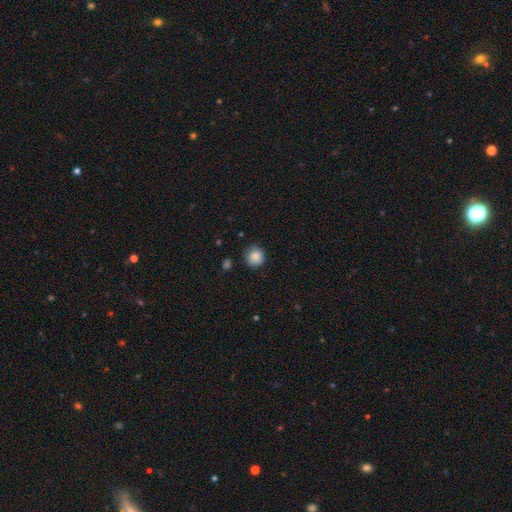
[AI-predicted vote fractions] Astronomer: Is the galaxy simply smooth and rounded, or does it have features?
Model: smooth — 86%.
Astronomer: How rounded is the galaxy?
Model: round — 91%.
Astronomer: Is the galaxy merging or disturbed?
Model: none — 78%.